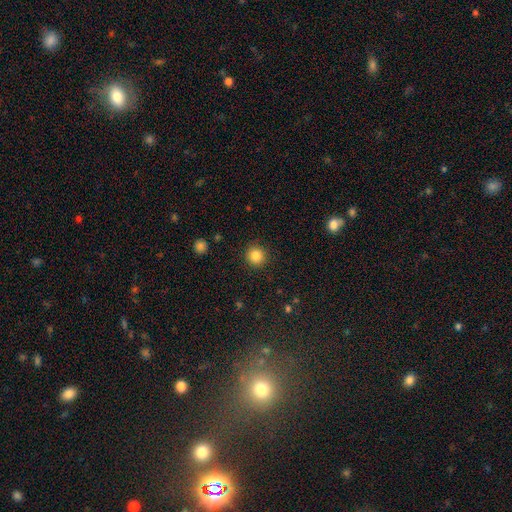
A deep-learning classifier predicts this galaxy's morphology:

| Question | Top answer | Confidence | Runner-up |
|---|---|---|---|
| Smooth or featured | smooth | 84% | star or artifact (11%) |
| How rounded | round | 94% | in between (5%) |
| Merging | none | 91% | minor disturbance (5%) |